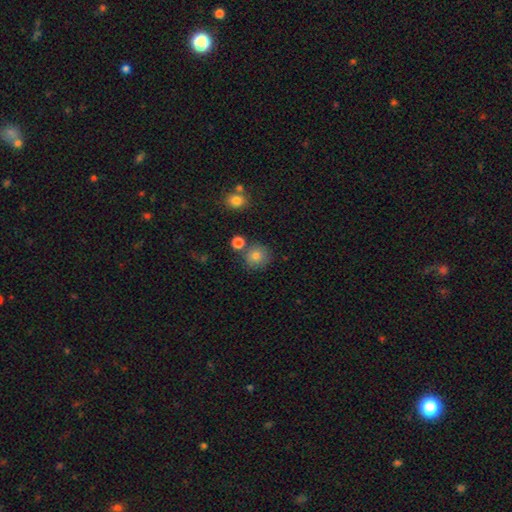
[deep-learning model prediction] Smooth or featured: smooth — 80% (star or artifact — 12%)
How rounded: round — 89% (in between — 10%)
Merging: none — 76% (merger — 11%)